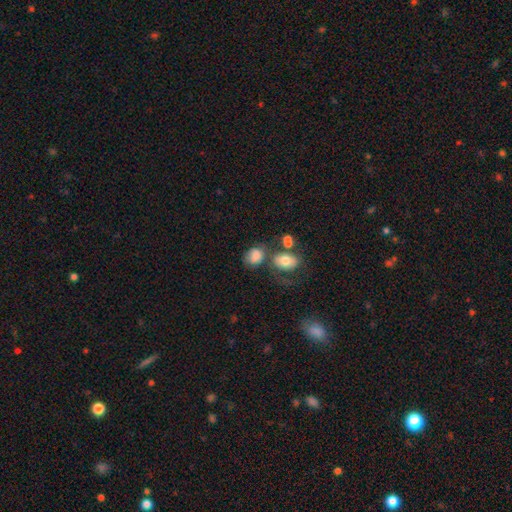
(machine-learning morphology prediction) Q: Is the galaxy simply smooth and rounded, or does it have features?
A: smooth — 77%.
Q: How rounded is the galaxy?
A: in between — 66%.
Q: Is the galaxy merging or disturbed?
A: none — 37%.